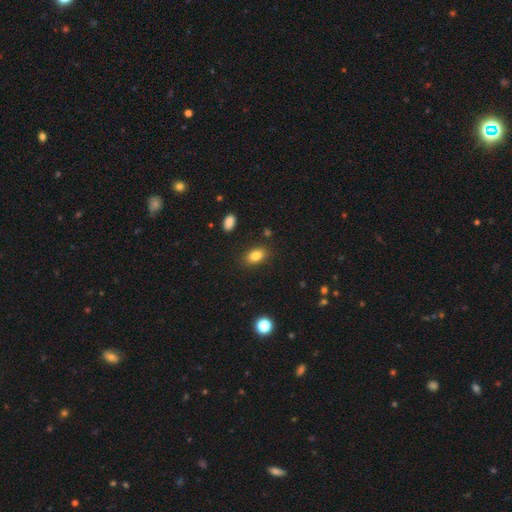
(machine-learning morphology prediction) Q: Smooth or featured?
A: smooth (84%); runner-up: star or artifact (9%)
Q: How rounded?
A: in between (86%); runner-up: round (11%)
Q: Merging?
A: none (86%); runner-up: minor disturbance (10%)